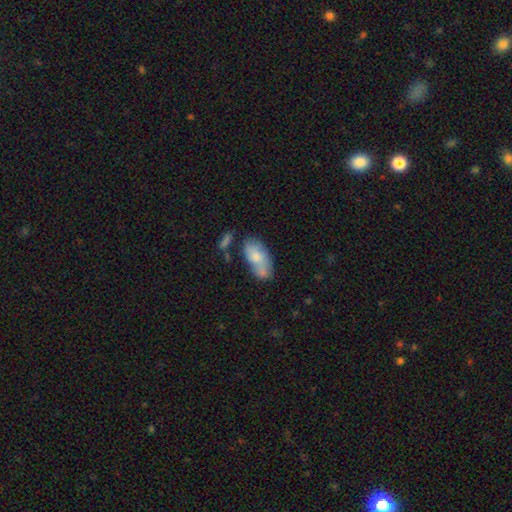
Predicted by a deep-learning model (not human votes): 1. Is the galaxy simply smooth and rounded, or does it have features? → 71% smooth, 22% featured or disk, 7% star or artifact.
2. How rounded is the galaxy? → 90% in between, 6% cigar-shaped, 3% round.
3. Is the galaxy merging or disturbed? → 52% none, 24% minor disturbance, 18% merger, 6% major disturbance.